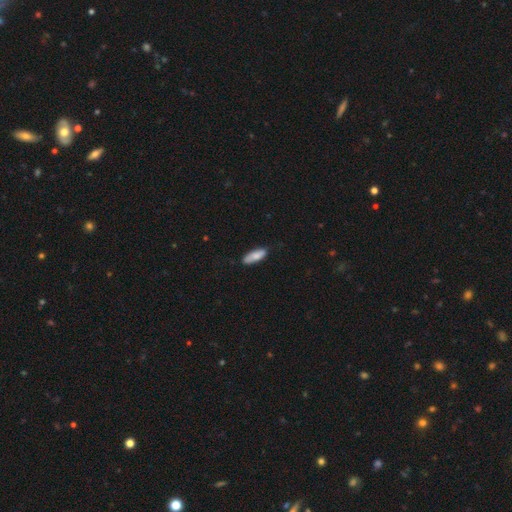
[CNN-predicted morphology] smooth 80%, featured or disk 14%, star or artifact 6%. Down the decision tree: how rounded — in between (60%); merging — none (81%).